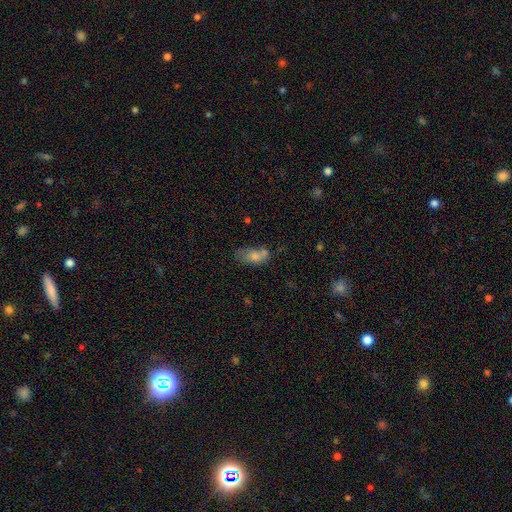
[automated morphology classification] Smooth or featured?
  - smooth: 72% *
  - featured or disk: 19%
  - star or artifact: 9%
How rounded?
  - in between: 86% *
  - round: 8%
  - cigar-shaped: 6%
Merging?
  - none: 35% *
  - merger: 28%
  - minor disturbance: 24%
  - major disturbance: 13%